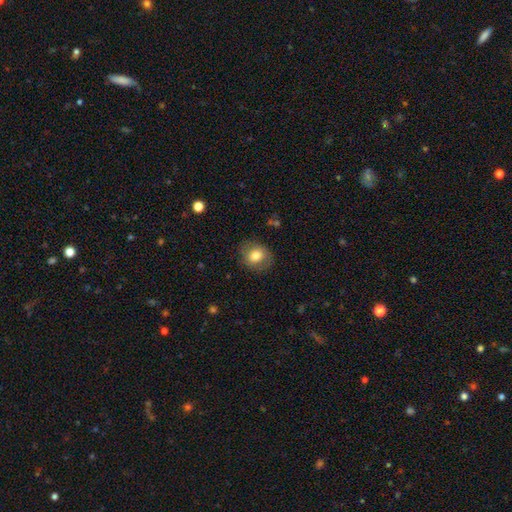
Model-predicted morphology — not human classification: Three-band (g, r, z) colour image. It shows a smooth galaxy with no disk features (75%) that is round (67%). Merging: none (82%).